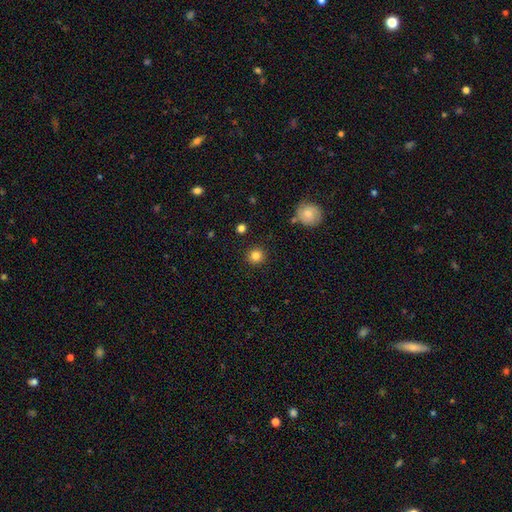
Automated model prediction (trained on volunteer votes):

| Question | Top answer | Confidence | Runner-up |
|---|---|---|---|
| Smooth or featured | smooth | 83% | star or artifact (12%) |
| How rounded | round | 93% | in between (6%) |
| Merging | none | 90% | minor disturbance (6%) |